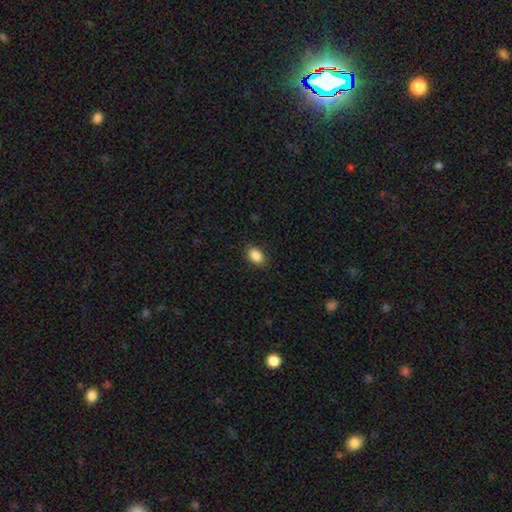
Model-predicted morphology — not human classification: Smooth or featured?
  - smooth: 88% *
  - star or artifact: 8%
  - featured or disk: 4%
How rounded?
  - in between: 78% *
  - round: 21%
  - cigar-shaped: 1%
Merging?
  - none: 88% *
  - minor disturbance: 9%
  - major disturbance: 2%
  - merger: 1%